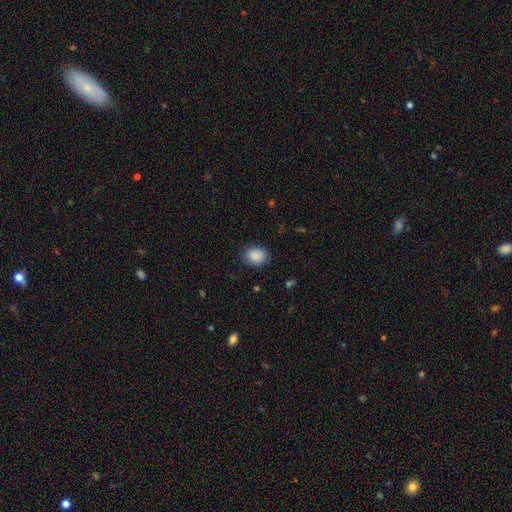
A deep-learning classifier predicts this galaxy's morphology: Smooth or featured? smooth (89%)
How rounded? round (56%)
Merging? none (85%)